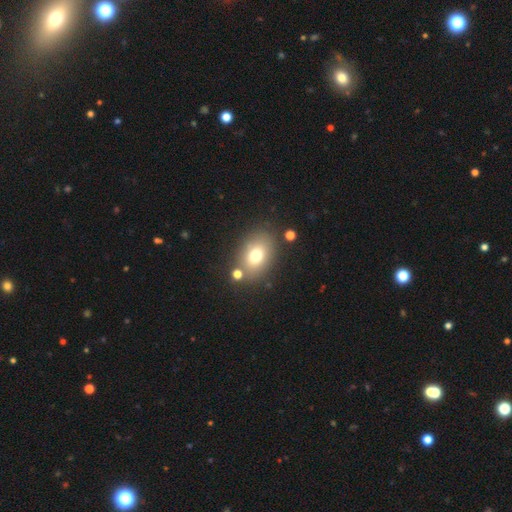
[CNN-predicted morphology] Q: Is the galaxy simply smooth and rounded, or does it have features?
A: smooth — 73%.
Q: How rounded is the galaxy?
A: in between — 75%.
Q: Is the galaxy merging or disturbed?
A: none — 77%.